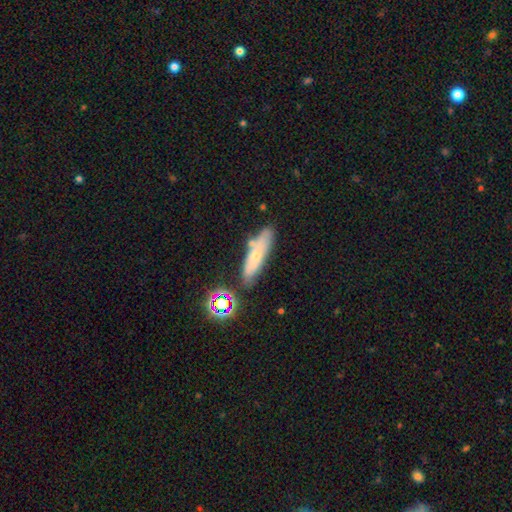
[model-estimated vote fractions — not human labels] This appears to be a smooth galaxy with no disk features (57%) that is cigar-shaped (62%). Merging: none (68%).